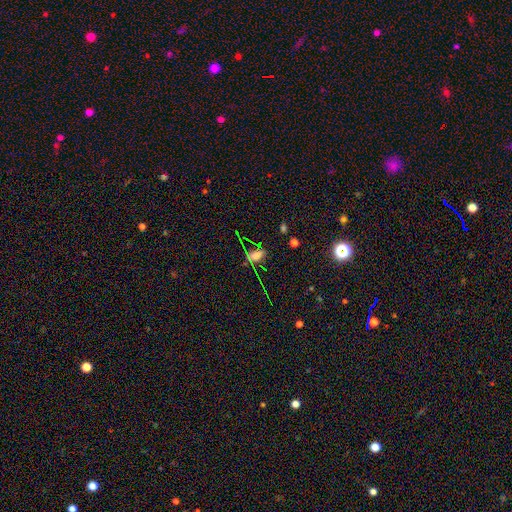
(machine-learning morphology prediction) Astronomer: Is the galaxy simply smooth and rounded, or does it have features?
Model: smooth — 53% (runner-up: star or artifact, 32%).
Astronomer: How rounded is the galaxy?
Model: in between — 80%.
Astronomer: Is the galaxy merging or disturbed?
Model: none — 64%.